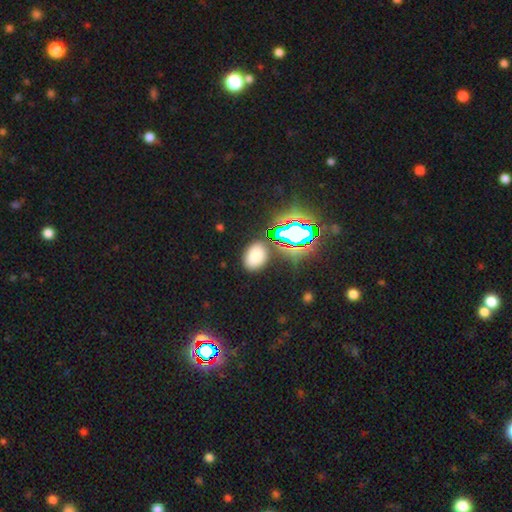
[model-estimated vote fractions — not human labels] This is likely a smooth galaxy (71%). How rounded: likely in between (74%). Merging: clearly none (80%).